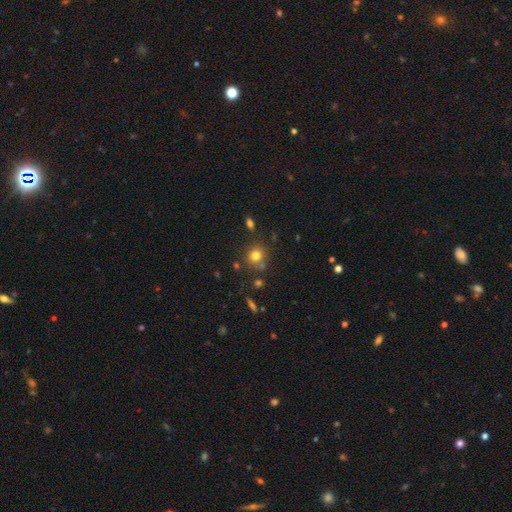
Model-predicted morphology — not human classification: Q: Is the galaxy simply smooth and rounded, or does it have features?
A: smooth — 76%.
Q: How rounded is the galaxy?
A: round — 83%.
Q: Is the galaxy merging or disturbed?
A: none — 74%.